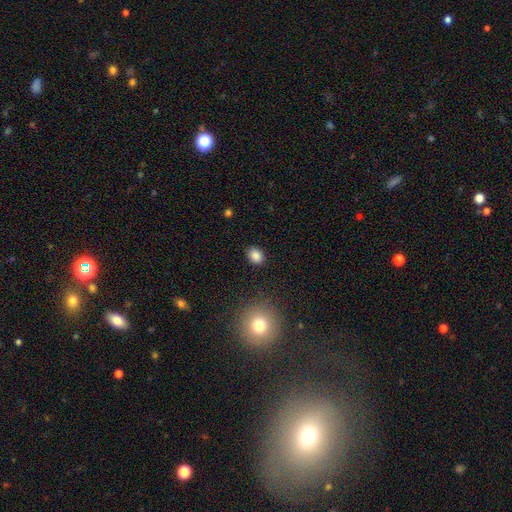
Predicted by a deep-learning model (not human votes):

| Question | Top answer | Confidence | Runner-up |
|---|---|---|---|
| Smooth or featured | smooth | 86% | star or artifact (10%) |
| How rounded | in between | 58% | round (41%) |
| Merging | none | 87% | minor disturbance (9%) |